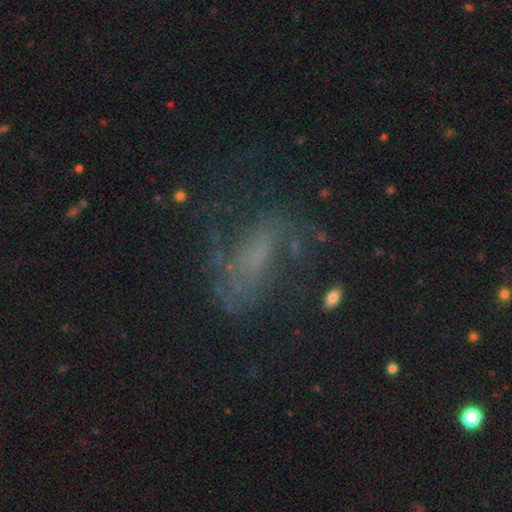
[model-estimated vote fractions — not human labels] The model was most divided on "bar": no: 48%, weak: 35%, strong: 17%. Remaining: edge-on disk — no (94%); spiral arms — yes (71%); smooth or featured — featured or disk (64%); bulge size — none (53%); merging — none (49%).